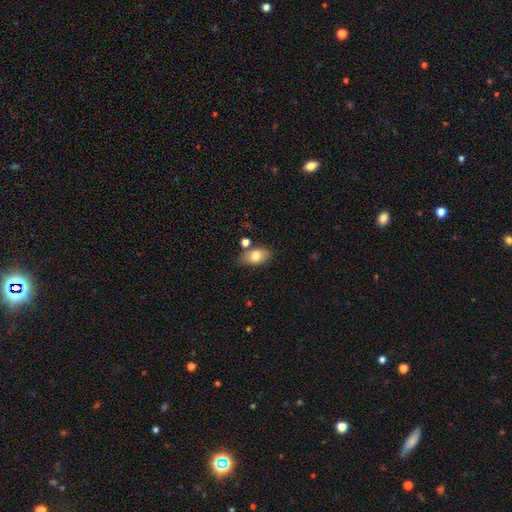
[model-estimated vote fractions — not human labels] Overall: smooth (76%). How rounded: in between (88%). Merging: none (72%).